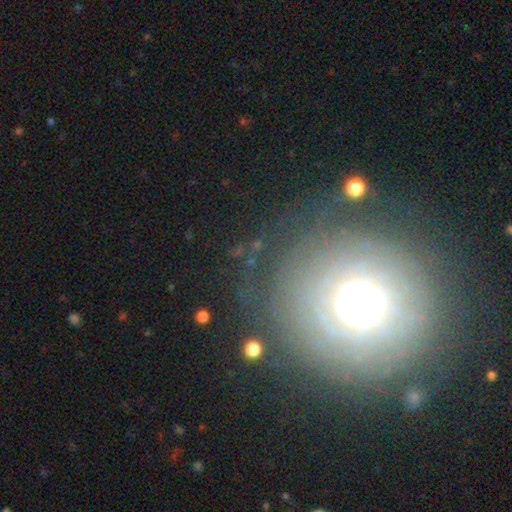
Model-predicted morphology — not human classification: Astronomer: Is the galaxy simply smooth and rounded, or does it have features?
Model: featured or disk — 53% (runner-up: smooth, 33%).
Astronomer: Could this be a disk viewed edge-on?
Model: no — 96%.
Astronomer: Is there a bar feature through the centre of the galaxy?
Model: no — 85%.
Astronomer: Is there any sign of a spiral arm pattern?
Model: yes — 63%.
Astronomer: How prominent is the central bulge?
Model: small — 48% (runner-up: moderate, 32%).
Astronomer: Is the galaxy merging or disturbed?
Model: none — 80%.